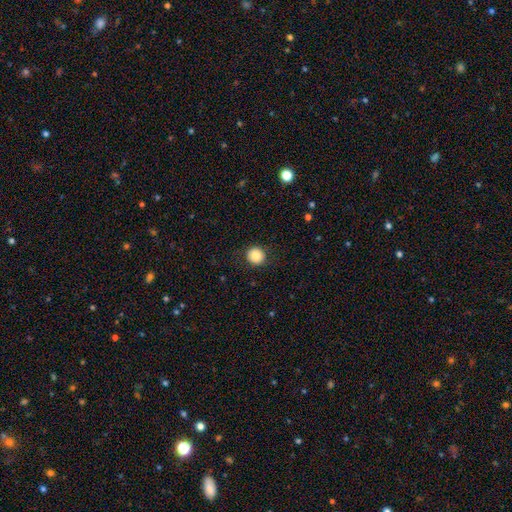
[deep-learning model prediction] Smooth or featured: smooth — 84% (star or artifact — 10%)
How rounded: round — 94% (in between — 5%)
Merging: none — 90% (minor disturbance — 7%)